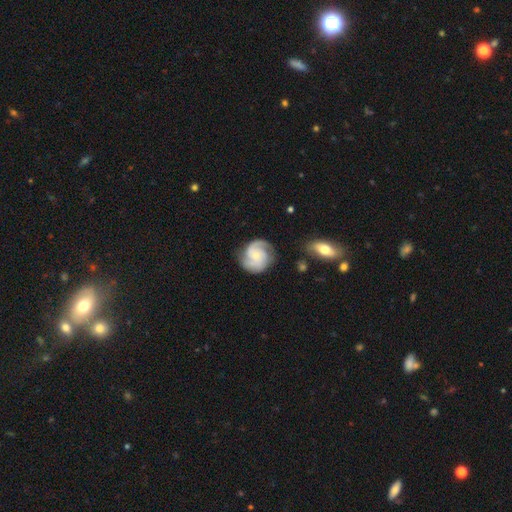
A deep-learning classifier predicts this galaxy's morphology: Smooth or featured: featured or disk — 84% (smooth — 11%)
Edge-on disk: no — 98% (yes — 2%)
Bar: no — 68% (weak — 26%)
Spiral arms: yes — 97% (no — 3%)
Spiral winding: tight — 44% (tied with medium — 44%)
Spiral arm count: 2 — 66% (3 — 19%)
Bulge size: small — 67% (moderate — 26%)
Merging: none — 76% (minor disturbance — 16%)